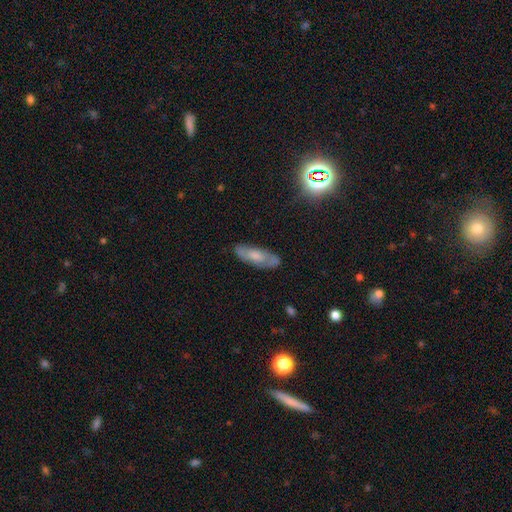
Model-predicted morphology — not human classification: smooth_or_featured: featured or disk (p=0.47) [alt: smooth p=0.44]
merging: none (p=0.75) [alt: minor disturbance p=0.18]